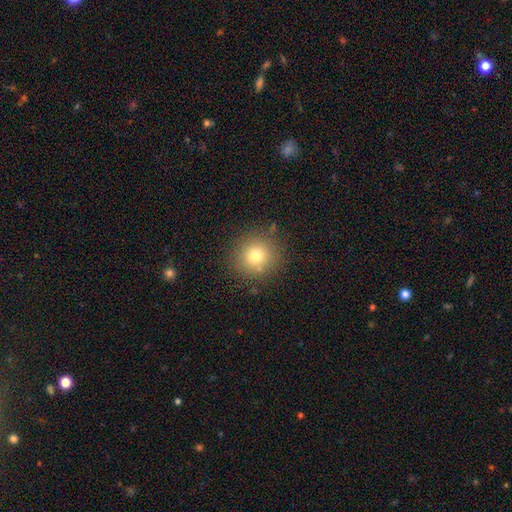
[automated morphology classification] The model was most divided on "smooth or featured": smooth: 75%, star or artifact: 14%, featured or disk: 10%. More confident: how rounded — round (92%); merging — none (85%).